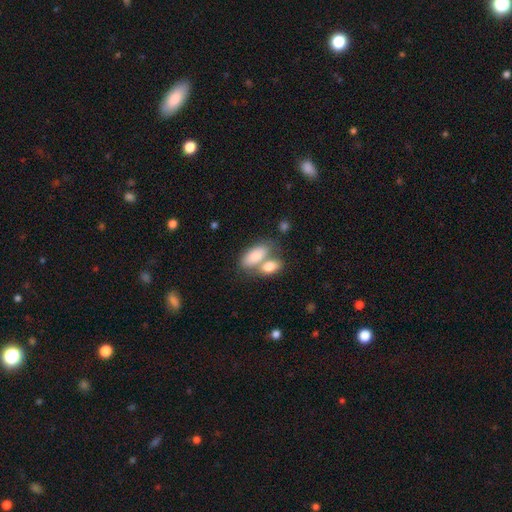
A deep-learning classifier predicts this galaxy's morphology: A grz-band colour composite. It shows a smooth galaxy with no disk features (81%) that is in between round and cigar-shaped (90%). Merging: merger (56%).